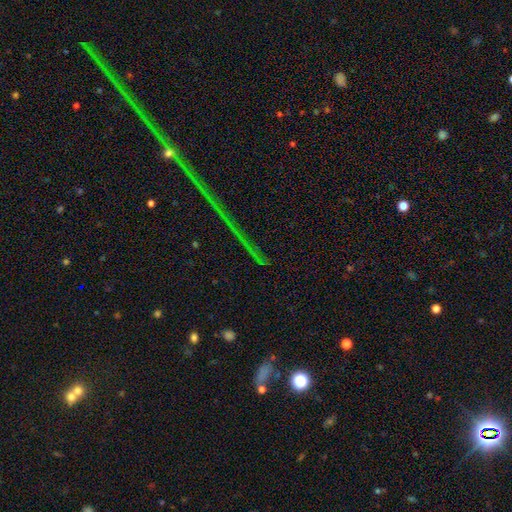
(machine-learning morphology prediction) Overall: star or artifact (76%).